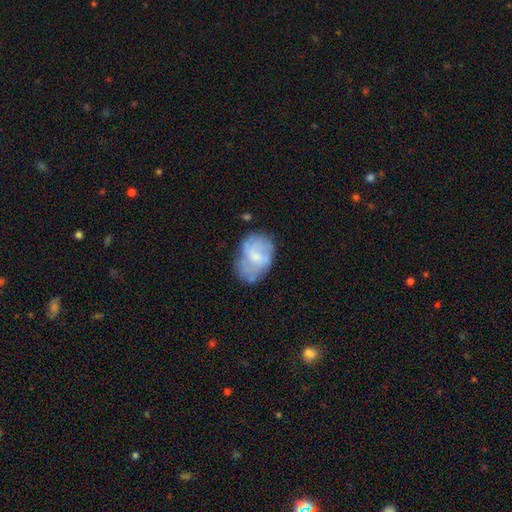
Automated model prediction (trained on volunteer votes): smooth-or-featured: featured or disk: 50% | smooth: 42% | star or artifact: 8%
  disk-edge-on: no: 97% | yes: 3%
  merging: none: 56% | minor disturbance: 26% | major disturbance: 14% | merger: 3%